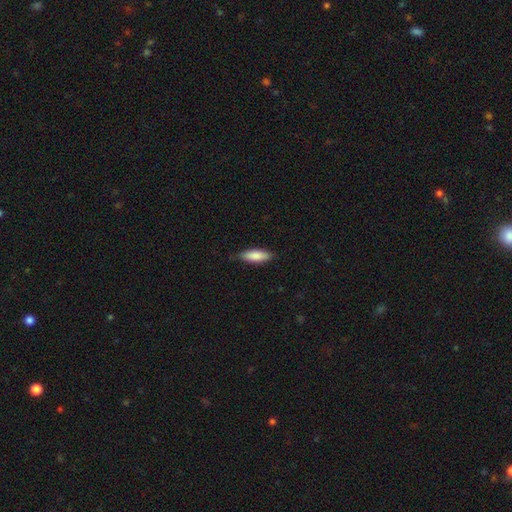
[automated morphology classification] Overall: smooth (86%). How rounded: in between (63%; cigar-shaped 36%). Merging: none (80%).